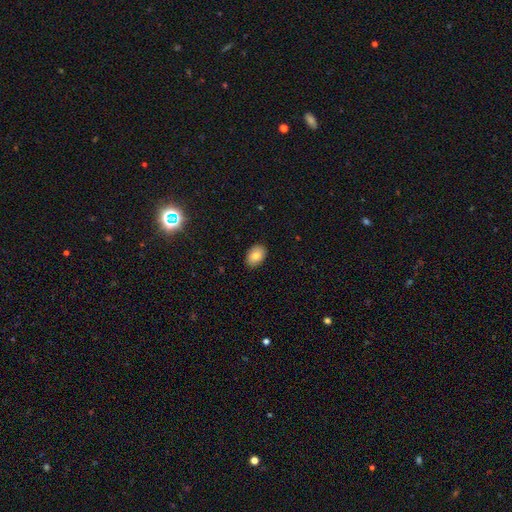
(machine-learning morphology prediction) A smooth galaxy with no disk features (82%) that is in between round and cigar-shaped (82%). Merging: none (88%).